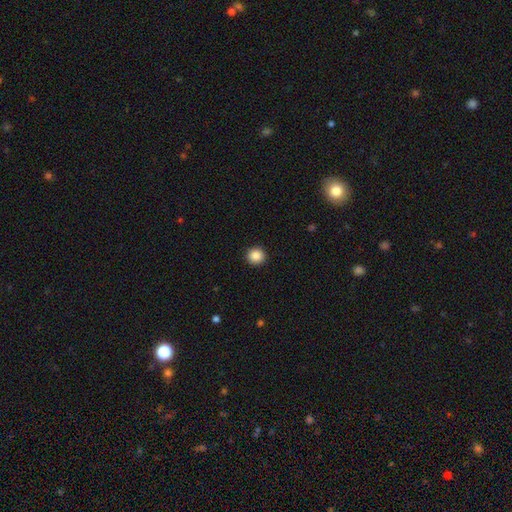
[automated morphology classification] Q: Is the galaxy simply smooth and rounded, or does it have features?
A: smooth — 88%.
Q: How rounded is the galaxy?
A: round — 92%.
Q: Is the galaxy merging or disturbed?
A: none — 92%.